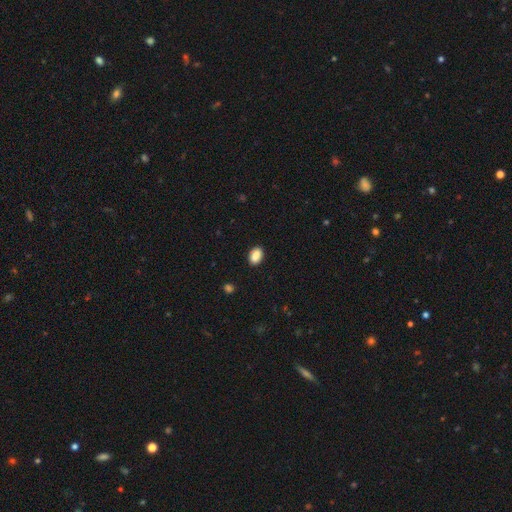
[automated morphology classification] smooth-or-featured: smooth: 88% | star or artifact: 8% | featured or disk: 4%
  how-rounded: in between: 85% | round: 13% | cigar-shaped: 2%
  merging: none: 89% | minor disturbance: 8% | major disturbance: 2% | merger: 1%